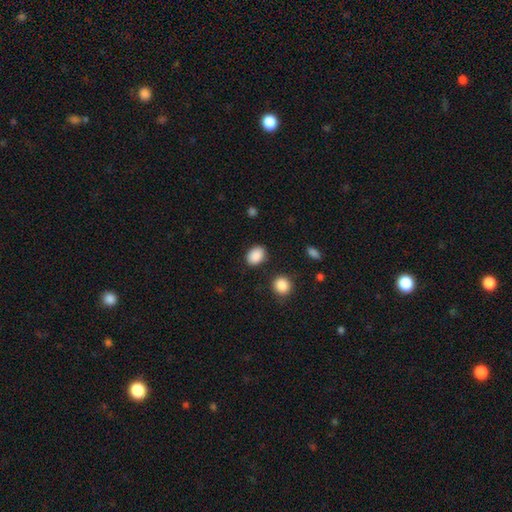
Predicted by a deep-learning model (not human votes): Smooth or featured?
  - smooth: 89% *
  - star or artifact: 8%
  - featured or disk: 3%
How rounded?
  - in between: 67% *
  - round: 32%
  - cigar-shaped: 1%
Merging?
  - none: 85% *
  - minor disturbance: 9%
  - major disturbance: 3%
  - merger: 3%